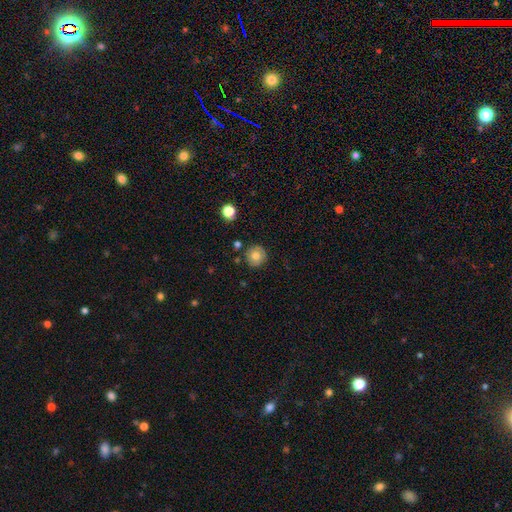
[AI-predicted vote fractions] smooth-or-featured: smooth: 74% | featured or disk: 17% | star or artifact: 10%
  how-rounded: round: 94% | in between: 5% | cigar-shaped: 1%
  merging: none: 86% | minor disturbance: 9% | merger: 3% | major disturbance: 2%